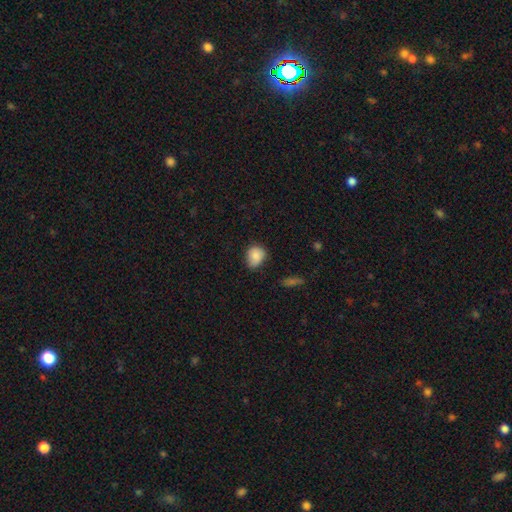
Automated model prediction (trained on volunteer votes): smooth_or_featured: smooth (p=0.85) [alt: star or artifact p=0.08]
how_rounded: round (p=0.56) [alt: in between p=0.43]
merging: none (p=0.61) [alt: minor disturbance p=0.31]